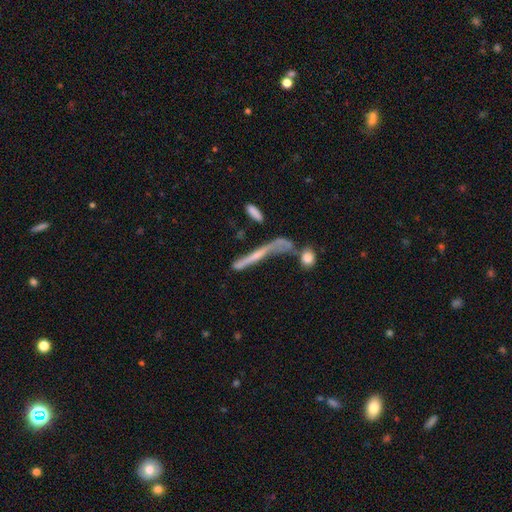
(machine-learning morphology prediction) Smooth or featured? Predicted: featured or disk (p=0.59). Edge-on disk? Predicted: yes (p=0.70). Merging? Predicted: none (p=0.33).